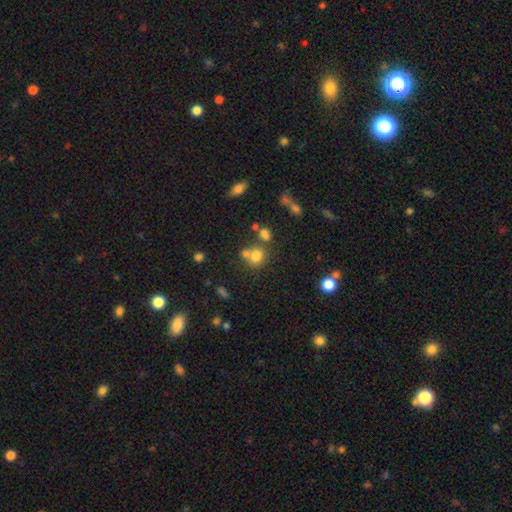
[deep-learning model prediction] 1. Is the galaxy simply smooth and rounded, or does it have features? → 73% smooth, 16% star or artifact, 11% featured or disk.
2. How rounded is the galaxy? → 78% round, 21% in between, 1% cigar-shaped.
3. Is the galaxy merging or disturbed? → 51% none, 34% merger, 10% minor disturbance, 5% major disturbance.